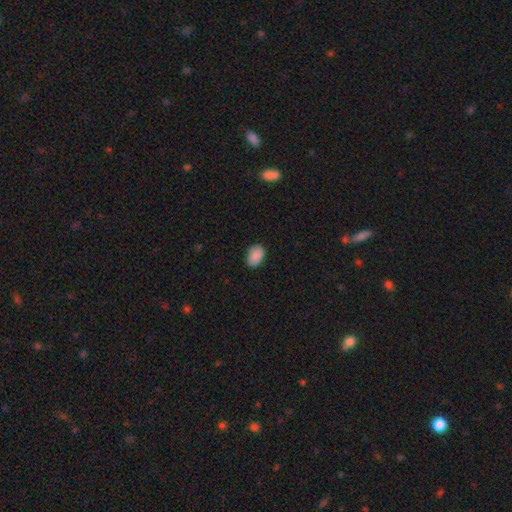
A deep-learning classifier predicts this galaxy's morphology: A smooth galaxy with no disk features (88%) that is in between round and cigar-shaped (84%).

Vote fractions:
- Smooth or featured? smooth: 88% / star or artifact: 8% / featured or disk: 4%
- How rounded? in between: 84% / round: 15% / cigar-shaped: 1%
- Merging? none: 83% / minor disturbance: 14% / major disturbance: 2% / merger: 1%